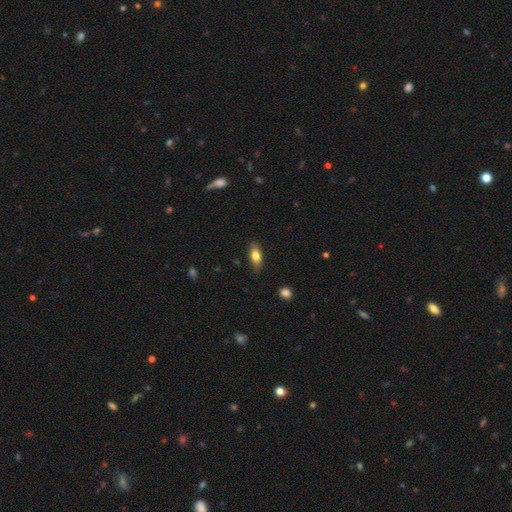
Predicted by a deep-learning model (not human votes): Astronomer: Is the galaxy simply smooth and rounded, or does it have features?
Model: smooth — 73%.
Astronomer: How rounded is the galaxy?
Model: in between — 77%.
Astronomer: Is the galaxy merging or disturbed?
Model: none — 79%.